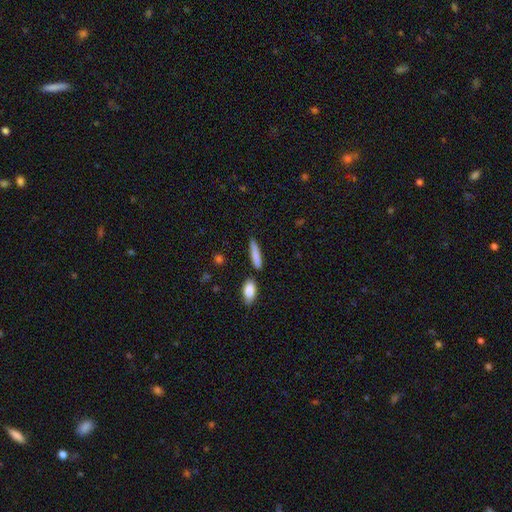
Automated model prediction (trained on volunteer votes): Smooth or featured: smooth — 81% (featured or disk — 12%)
How rounded: cigar-shaped — 81% (in between — 17%)
Merging: none — 80% (minor disturbance — 11%)